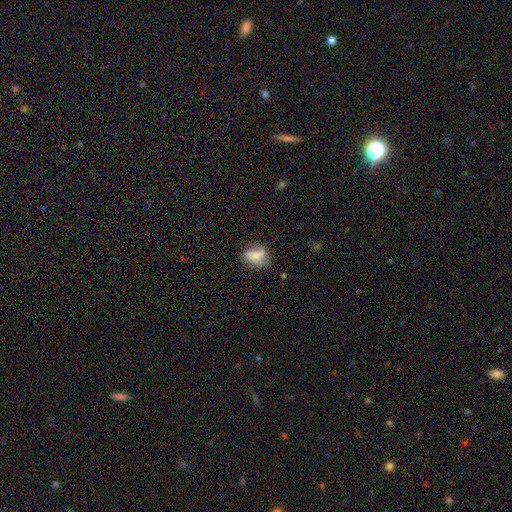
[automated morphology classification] A smooth galaxy with no disk features (58%) that is in between round and cigar-shaped (72%).

Vote fractions:
- Smooth or featured? smooth: 58% / featured or disk: 33% / star or artifact: 9%
- How rounded? in between: 72% / round: 26% / cigar-shaped: 2%
- Merging? none: 49% / minor disturbance: 31% / major disturbance: 16% / merger: 4%